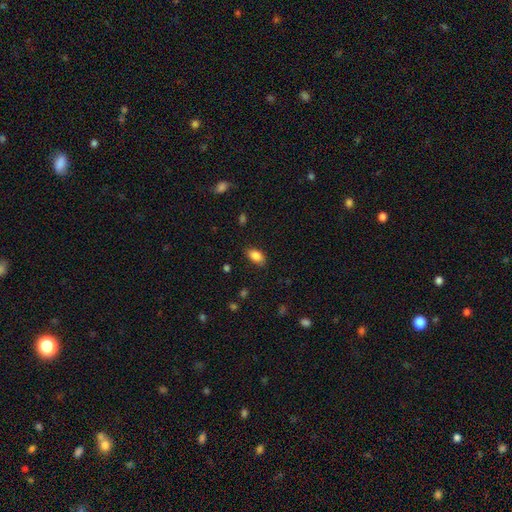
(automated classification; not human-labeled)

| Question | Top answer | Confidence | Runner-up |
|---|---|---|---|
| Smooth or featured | smooth | 86% | star or artifact (8%) |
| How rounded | in between | 90% | round (7%) |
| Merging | none | 81% | minor disturbance (14%) |